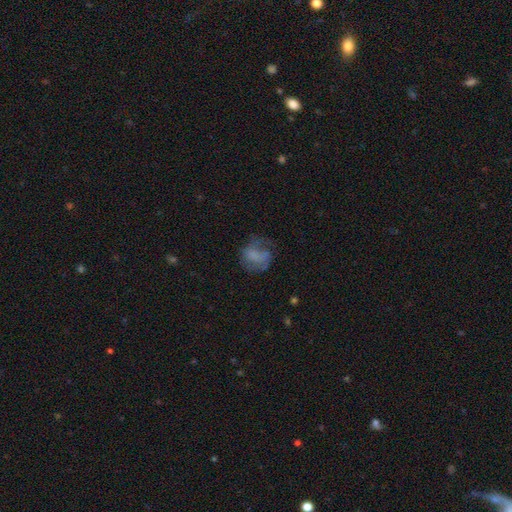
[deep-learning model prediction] smooth 49%, featured or disk 39%, star or artifact 11%. Down the decision tree: merging — none (45%).